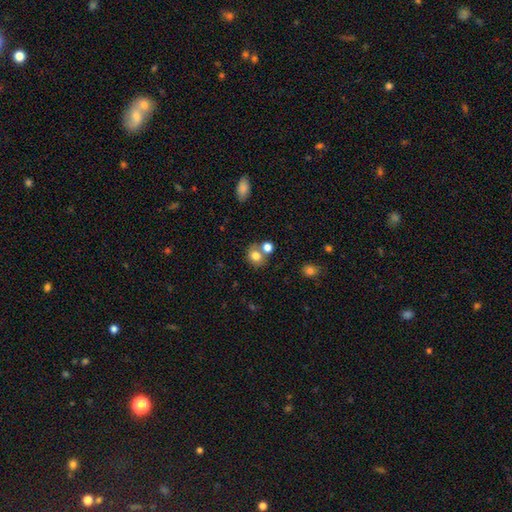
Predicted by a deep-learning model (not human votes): smooth_or_featured: smooth (p=0.78) [alt: star or artifact p=0.11]
how_rounded: round (p=0.69) [alt: in between p=0.30]
merging: none (p=0.55) [alt: merger p=0.30]